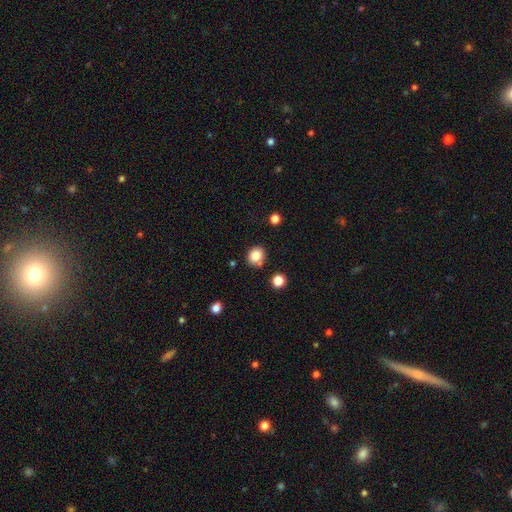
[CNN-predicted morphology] A smooth galaxy with no disk features (83%) that is round (77%).

Vote fractions:
- Smooth or featured? smooth: 83% / star or artifact: 11% / featured or disk: 6%
- How rounded? round: 77% / in between: 22% / cigar-shaped: 1%
- Merging? none: 78% / minor disturbance: 11% / merger: 8% / major disturbance: 3%